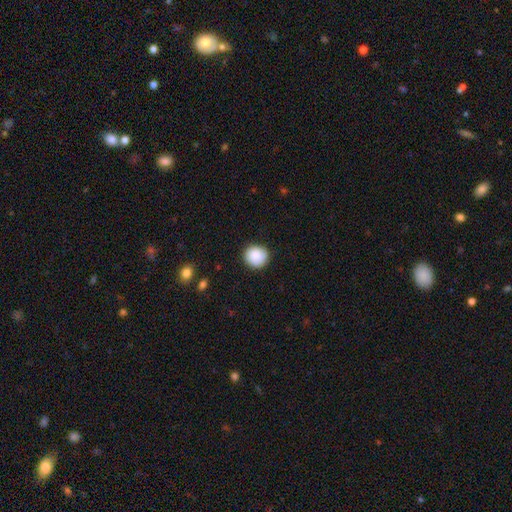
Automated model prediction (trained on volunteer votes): A smooth galaxy with no disk features (84%) that is round (90%). Merging: none (84%).